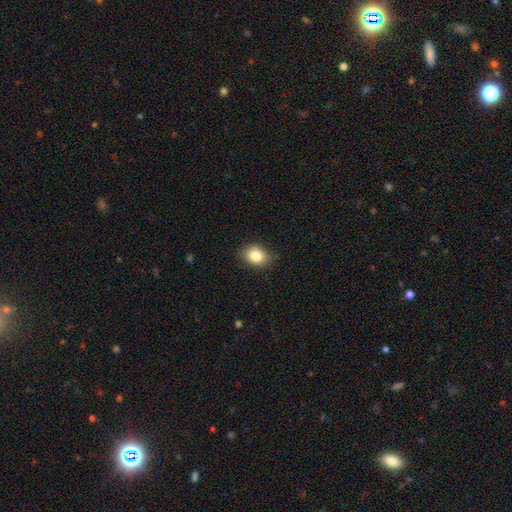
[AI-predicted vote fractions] A smooth galaxy with no disk features (83%) that is in between round and cigar-shaped (60%).

Vote fractions:
- Smooth or featured? smooth: 83% / star or artifact: 9% / featured or disk: 8%
- How rounded? in between: 60% / round: 39% / cigar-shaped: 1%
- Merging? none: 78% / minor disturbance: 17% / major disturbance: 3% / merger: 1%